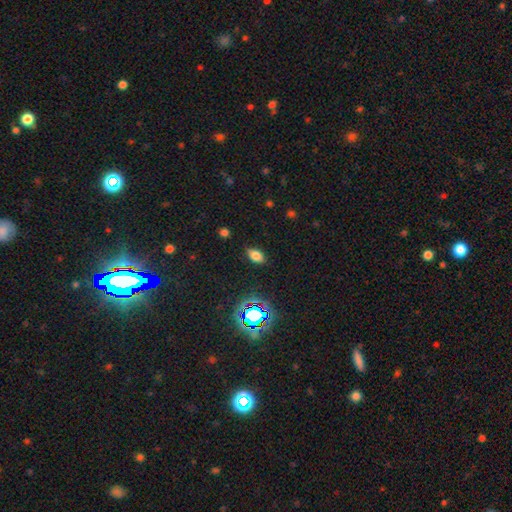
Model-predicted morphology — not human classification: A smooth galaxy with no disk features (73%) that is in between round and cigar-shaped (89%).

Vote fractions:
- Smooth or featured? smooth: 73% / star or artifact: 18% / featured or disk: 9%
- How rounded? in between: 89% / round: 8% / cigar-shaped: 3%
- Merging? none: 84% / minor disturbance: 12% / major disturbance: 3% / merger: 1%